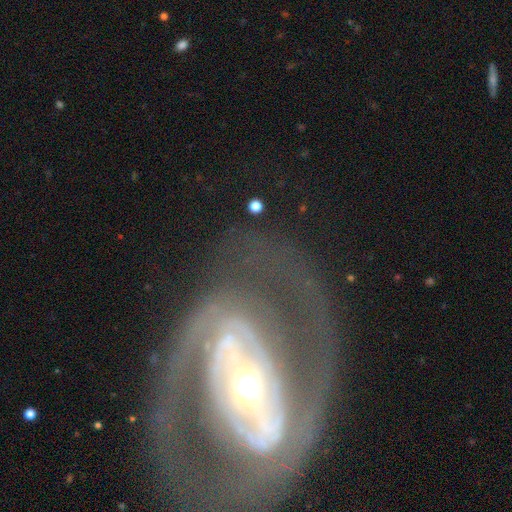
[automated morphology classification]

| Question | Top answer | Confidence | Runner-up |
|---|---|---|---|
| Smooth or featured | featured or disk | 85% | smooth (9%) |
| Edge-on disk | no | 95% | yes (5%) |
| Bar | strong | 37% | no (36%) |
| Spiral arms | yes | 86% | no (14%) |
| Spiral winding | tight | 44% | medium (39%) |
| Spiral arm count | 2 | 67% | can't tell (15%) |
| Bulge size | moderate | 56% | small (32%) |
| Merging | none | 63% | major disturbance (19%) |